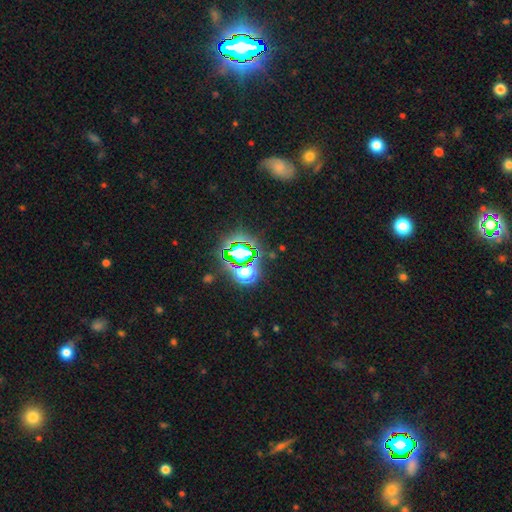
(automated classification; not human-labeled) smooth_or_featured: star or artifact (p=0.78) [alt: smooth p=0.15]